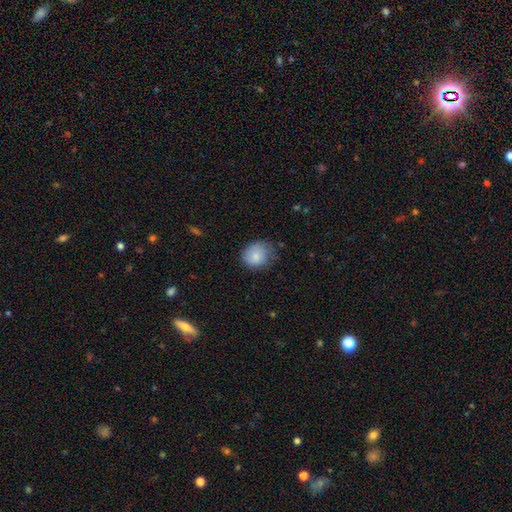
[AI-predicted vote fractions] Morphology: type=smooth (84%); roundness=round (66%); merging=none (60%).